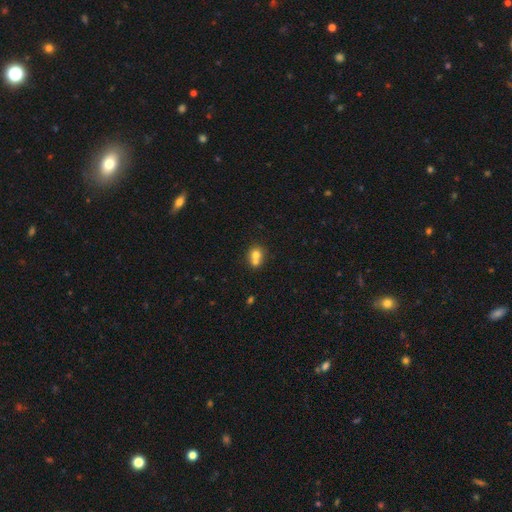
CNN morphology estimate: A smooth galaxy with no disk features (72%) that is round (73%). Merging: merger (59%).